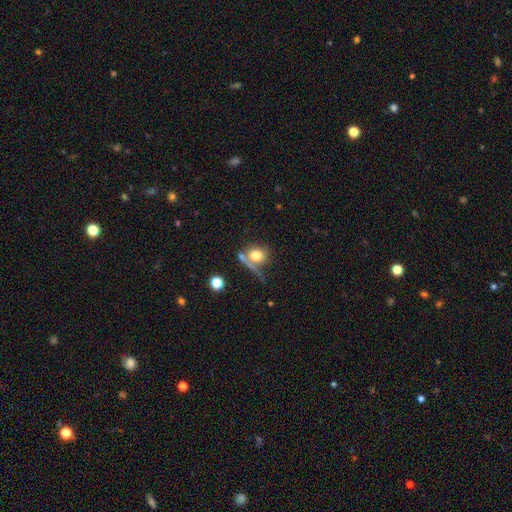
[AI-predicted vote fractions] Smooth or featured? Predicted: smooth (p=0.72). How rounded? Predicted: round (p=0.69). Merging? Predicted: none (p=0.45).